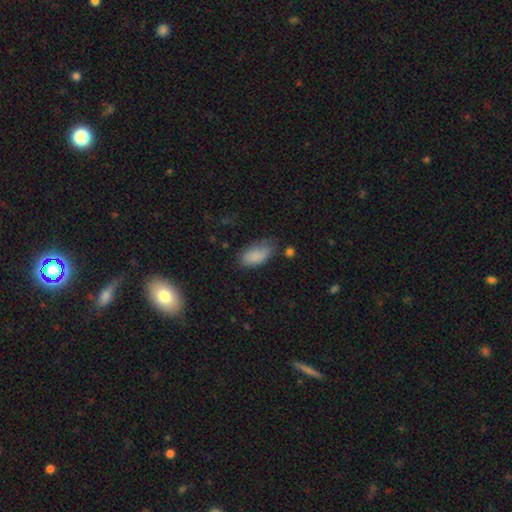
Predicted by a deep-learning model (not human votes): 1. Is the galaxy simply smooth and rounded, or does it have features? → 86% smooth, 8% star or artifact, 6% featured or disk.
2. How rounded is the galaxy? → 93% in between, 4% cigar-shaped, 3% round.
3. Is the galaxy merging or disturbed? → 56% none, 32% minor disturbance, 9% major disturbance, 3% merger.